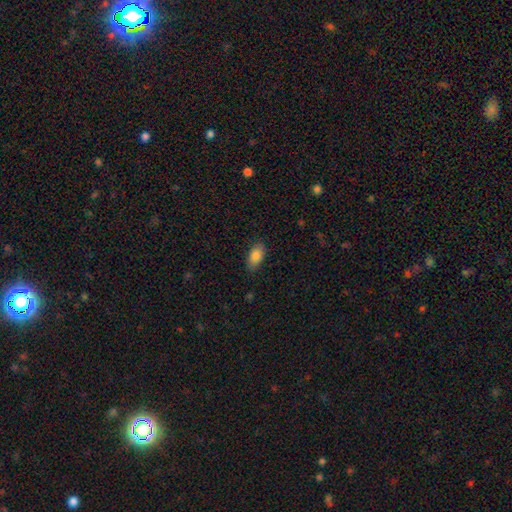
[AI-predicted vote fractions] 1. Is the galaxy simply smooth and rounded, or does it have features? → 85% smooth, 8% featured or disk, 7% star or artifact.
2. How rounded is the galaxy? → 92% in between, 5% cigar-shaped, 4% round.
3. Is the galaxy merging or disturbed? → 84% none, 12% minor disturbance, 3% major disturbance, 1% merger.